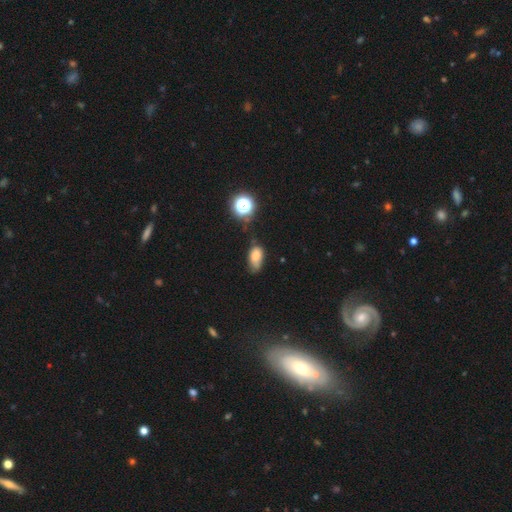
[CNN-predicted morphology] A smooth galaxy with no disk features (74%) that is in between round and cigar-shaped (88%). Merging: none (42%).